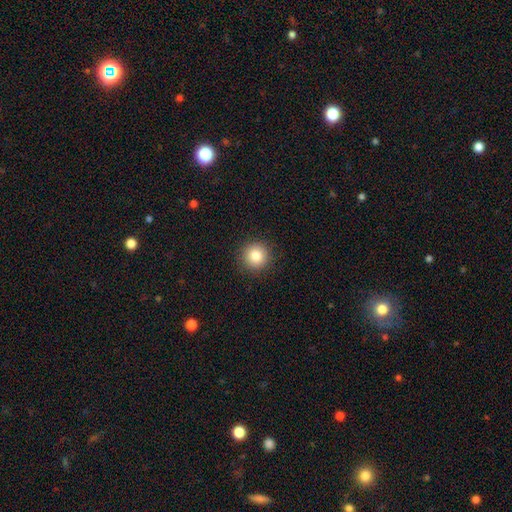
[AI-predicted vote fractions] Smooth or featured? smooth (83%)
How rounded? round (94%)
Merging? none (91%)